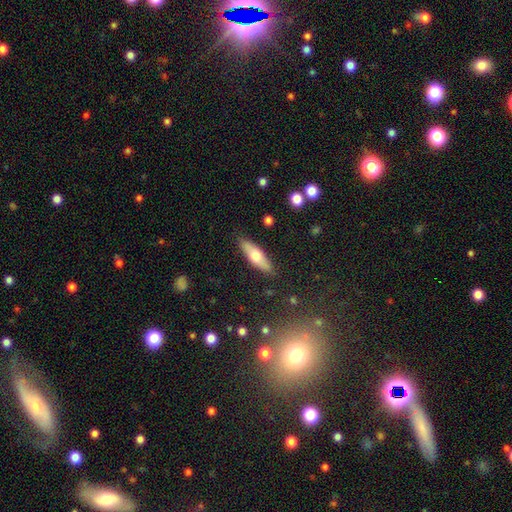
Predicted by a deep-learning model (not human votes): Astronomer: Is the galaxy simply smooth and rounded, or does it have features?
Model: smooth — 61%.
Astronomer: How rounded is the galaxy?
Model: in between — 49% (runner-up: cigar-shaped, 48%).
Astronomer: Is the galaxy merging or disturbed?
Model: none — 87%.